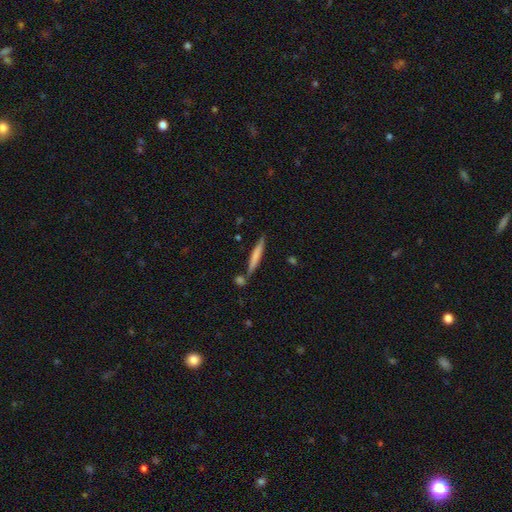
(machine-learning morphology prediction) Smooth or featured?
  - smooth: 66% *
  - featured or disk: 29%
  - star or artifact: 6%
How rounded?
  - cigar-shaped: 94% *
  - in between: 5%
  - round: 1%
Merging?
  - none: 76% *
  - minor disturbance: 11%
  - merger: 10%
  - major disturbance: 3%